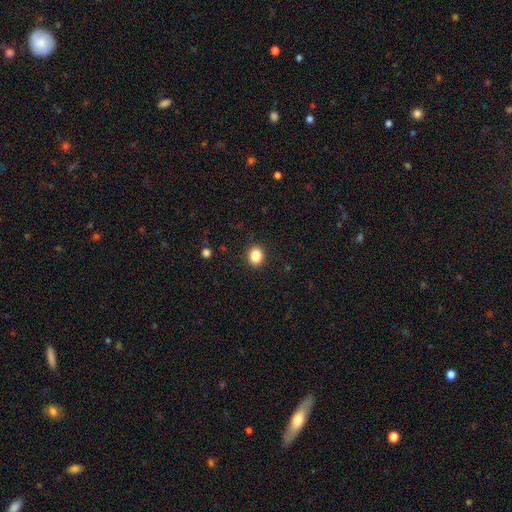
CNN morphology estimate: This is clearly a smooth galaxy (86%). How rounded: possibly round (55%). Merging: clearly none (90%).